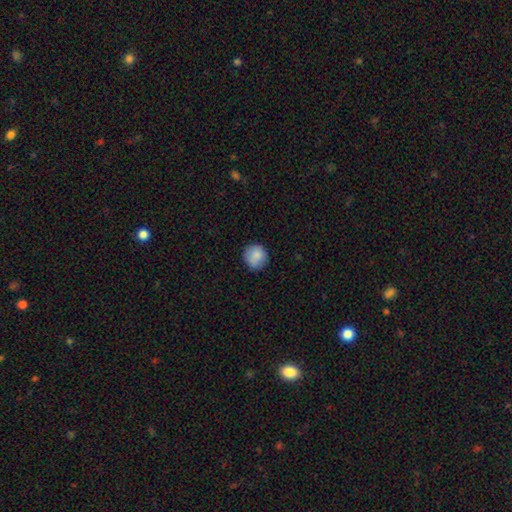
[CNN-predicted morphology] Smooth or featured?
  - smooth: 86% *
  - star or artifact: 8%
  - featured or disk: 6%
How rounded?
  - round: 92% *
  - in between: 7%
  - cigar-shaped: 1%
Merging?
  - none: 85% *
  - minor disturbance: 12%
  - major disturbance: 2%
  - merger: 1%